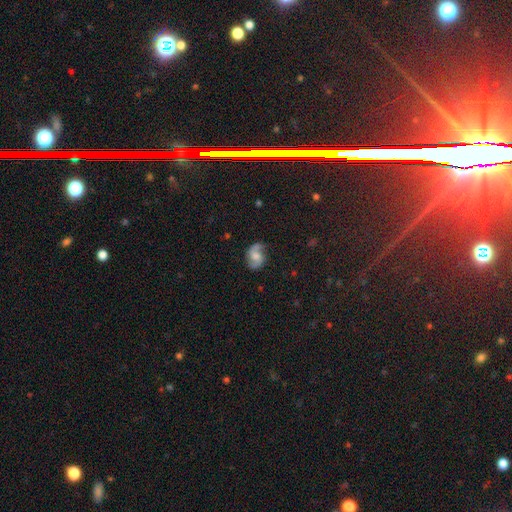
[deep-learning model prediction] A featured or disk galaxy (75%) with no bar (52%), 2 (90%) loose (46%) spiral arms (95%) and a moderate central bulge (49%).

Vote fractions:
- Smooth or featured? featured or disk: 75% / smooth: 17% / star or artifact: 7%
- Edge-on disk? no: 98% / yes: 2%
- Bar? no: 52% / weak: 40% / strong: 8%
- Spiral arms? yes: 95% / no: 5%
- Spiral winding? loose: 46% / medium: 42% / tight: 13%
- Spiral arm count? 2: 90% / 1: 4% / can't tell: 3% / 3: 1% / 4: 1% / more than 4: 1%
- Bulge size? moderate: 49% / small: 27% / none: 13% / large: 10% / dominant: 2%
- Merging? none: 74% / minor disturbance: 18% / major disturbance: 6% / merger: 2%